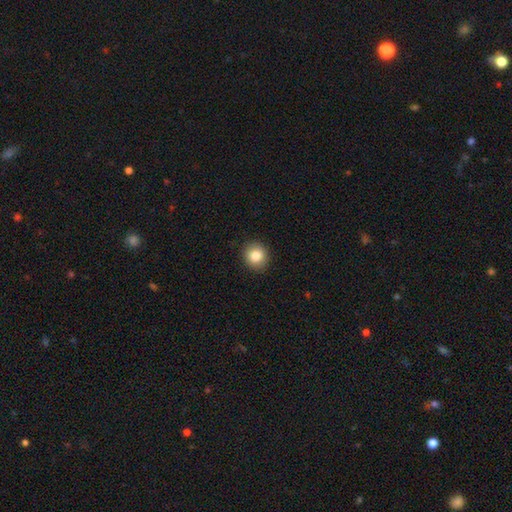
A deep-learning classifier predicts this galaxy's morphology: Q: Smooth or featured?
A: smooth (83%); runner-up: star or artifact (10%)
Q: How rounded?
A: round (86%); runner-up: in between (13%)
Q: Merging?
A: none (91%); runner-up: minor disturbance (6%)